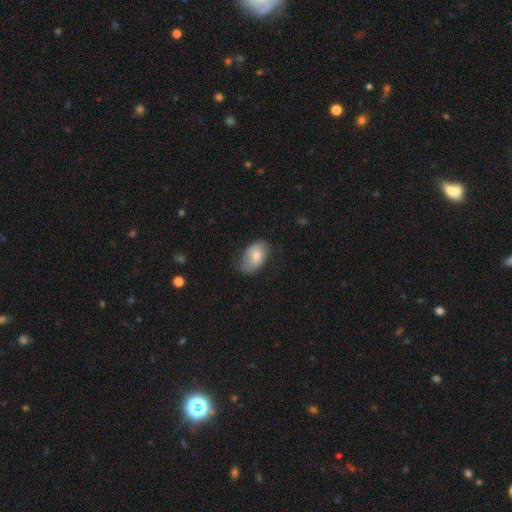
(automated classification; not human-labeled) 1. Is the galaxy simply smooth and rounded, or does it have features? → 73% smooth, 20% featured or disk, 7% star or artifact.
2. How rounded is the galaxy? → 90% in between, 9% round, 1% cigar-shaped.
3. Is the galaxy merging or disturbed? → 63% none, 28% minor disturbance, 7% major disturbance, 1% merger.